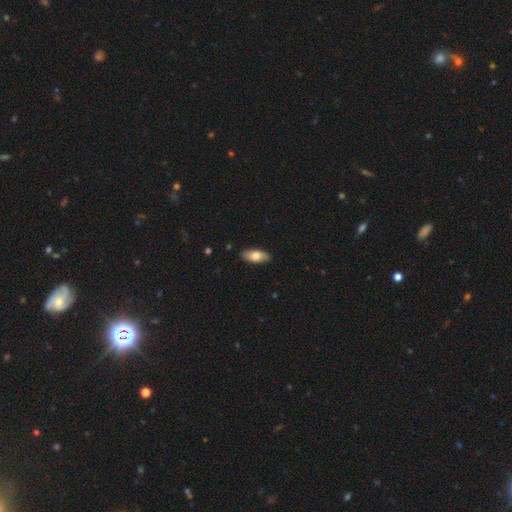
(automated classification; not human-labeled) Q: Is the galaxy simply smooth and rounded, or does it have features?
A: smooth — 79%.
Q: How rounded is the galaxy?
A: in between — 89%.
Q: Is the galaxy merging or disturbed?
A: none — 87%.